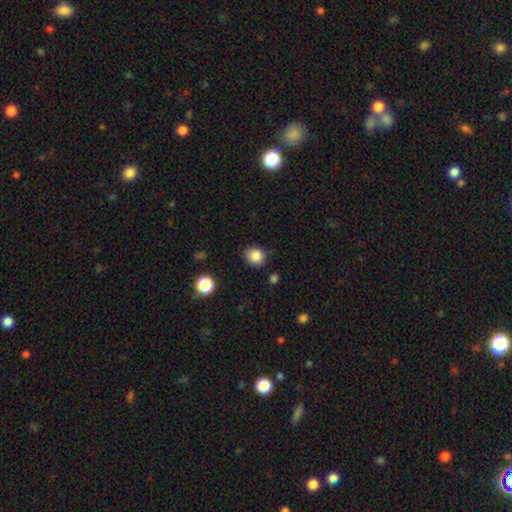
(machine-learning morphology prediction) Smooth or featured? Predicted: smooth (p=0.85). How rounded? Predicted: round (p=0.79). Merging? Predicted: none (p=0.87).